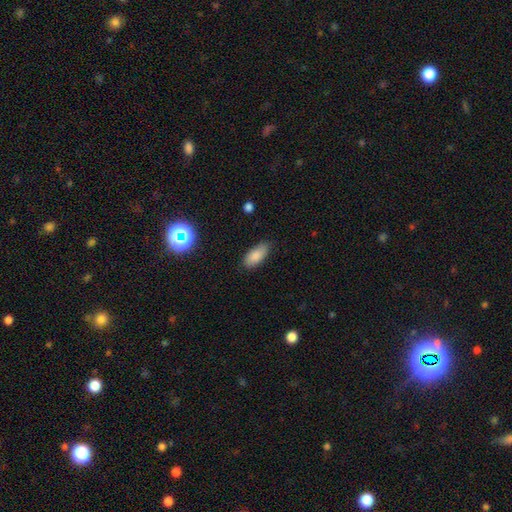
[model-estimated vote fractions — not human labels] A smooth galaxy with no disk features (85%) that is in between round and cigar-shaped (88%).

Vote fractions:
- Smooth or featured? smooth: 85% / star or artifact: 8% / featured or disk: 7%
- How rounded? in between: 88% / cigar-shaped: 10% / round: 3%
- Merging? none: 80% / minor disturbance: 16% / major disturbance: 3% / merger: 1%